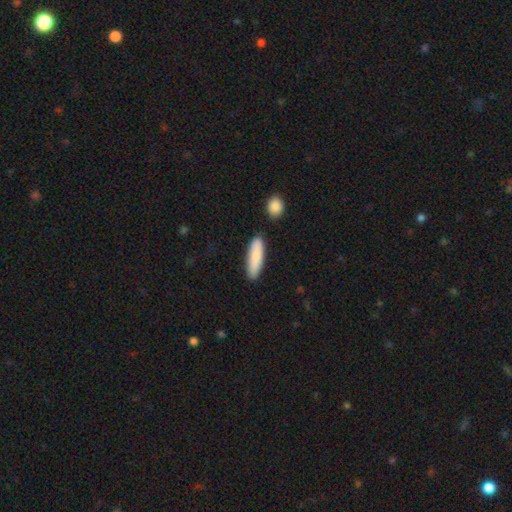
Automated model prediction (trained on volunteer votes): smooth_or_featured: smooth (p=0.86) [alt: featured or disk p=0.09]
how_rounded: cigar-shaped (p=0.64) [alt: in between p=0.34]
merging: none (p=0.84) [alt: minor disturbance p=0.10]